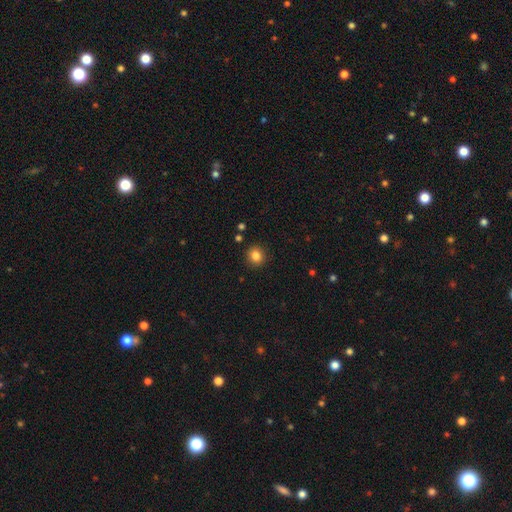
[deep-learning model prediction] smooth_or_featured: smooth (p=0.84) [alt: star or artifact p=0.11]
how_rounded: round (p=0.89) [alt: in between p=0.10]
merging: none (p=0.90) [alt: minor disturbance p=0.06]